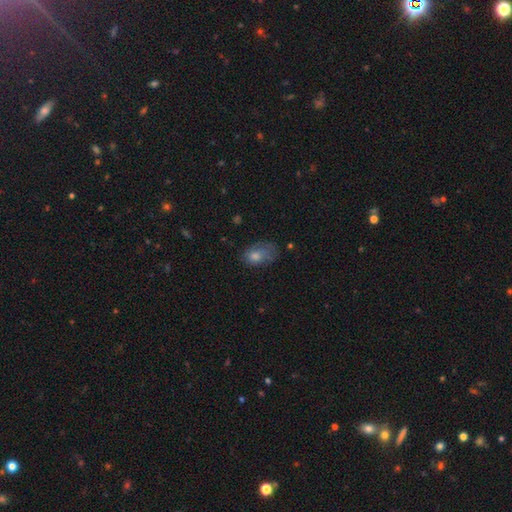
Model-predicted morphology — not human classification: Smooth or featured? Predicted: smooth (p=0.67). How rounded? Predicted: in between (p=0.82). Merging? Predicted: none (p=0.46).